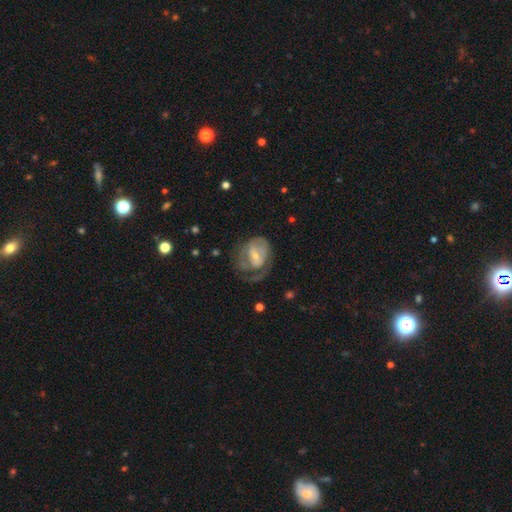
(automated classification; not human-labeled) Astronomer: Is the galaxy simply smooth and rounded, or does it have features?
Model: featured or disk — 67%.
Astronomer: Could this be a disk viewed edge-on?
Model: no — 97%.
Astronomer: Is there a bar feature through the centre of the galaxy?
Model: weak — 46% (runner-up: no, 39%).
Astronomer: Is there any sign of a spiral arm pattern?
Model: yes — 68%.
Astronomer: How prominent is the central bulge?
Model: small — 57% (runner-up: moderate, 33%).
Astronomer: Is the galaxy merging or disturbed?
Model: major disturbance — 41% (runner-up: none, 33%).